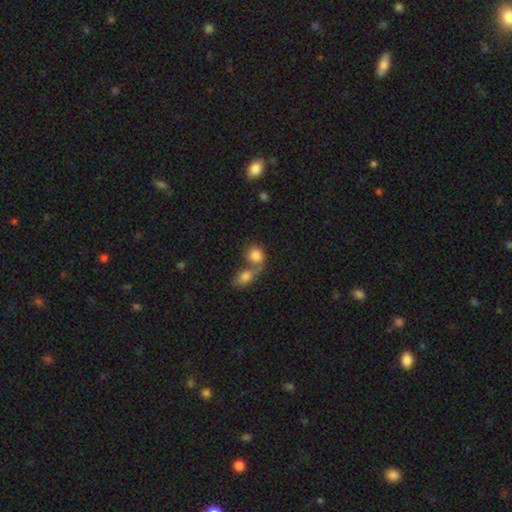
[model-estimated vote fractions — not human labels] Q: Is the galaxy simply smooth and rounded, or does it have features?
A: smooth — 83%.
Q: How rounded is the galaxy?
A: round — 61%.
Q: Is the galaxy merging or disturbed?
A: merger — 57%.